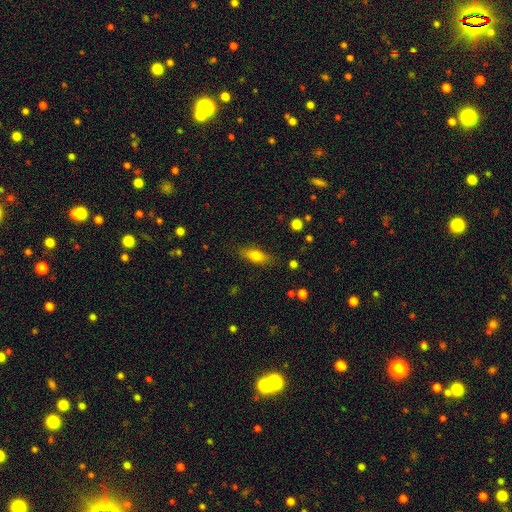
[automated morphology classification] Q: Smooth or featured?
A: smooth (70%); runner-up: featured or disk (22%)
Q: How rounded?
A: in between (63%); runner-up: cigar-shaped (33%)
Q: Merging?
A: none (83%); runner-up: minor disturbance (12%)